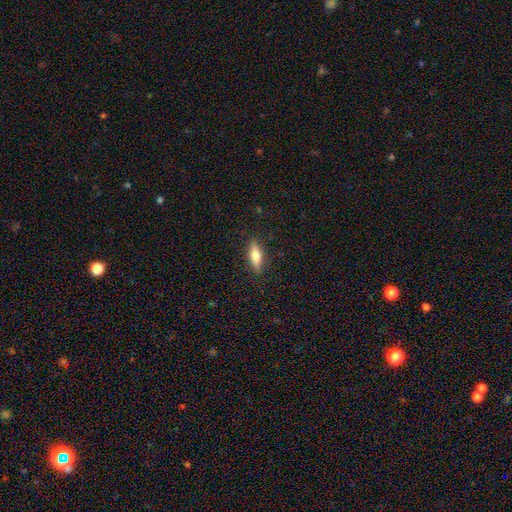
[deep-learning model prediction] A smooth galaxy with no disk features (61%) that is in between round and cigar-shaped (50%). Merging: none (88%).